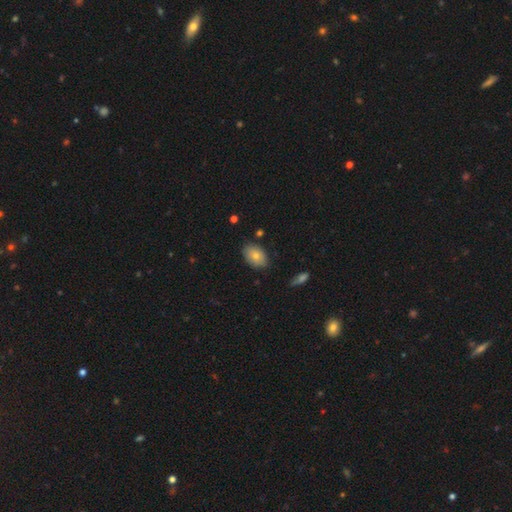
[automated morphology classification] This appears to be a smooth galaxy with no disk features (77%) that is in between round and cigar-shaped (86%). Merging: none (79%).